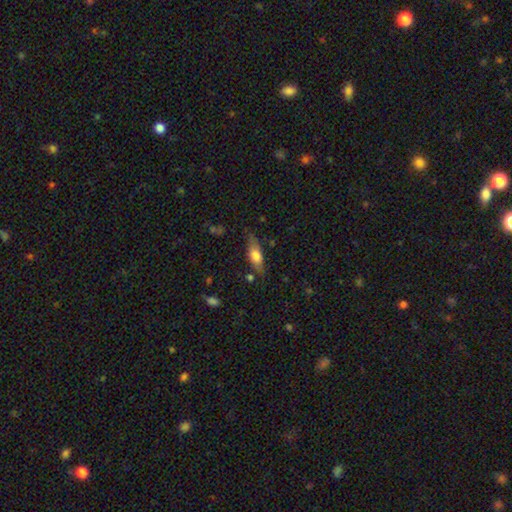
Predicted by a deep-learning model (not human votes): A smooth galaxy with no disk features (62%) that is in between round and cigar-shaped (65%).

Vote fractions:
- Smooth or featured? smooth: 62% / featured or disk: 31% / star or artifact: 7%
- How rounded? in between: 65% / cigar-shaped: 32% / round: 3%
- Merging? none: 70% / minor disturbance: 21% / major disturbance: 6% / merger: 3%